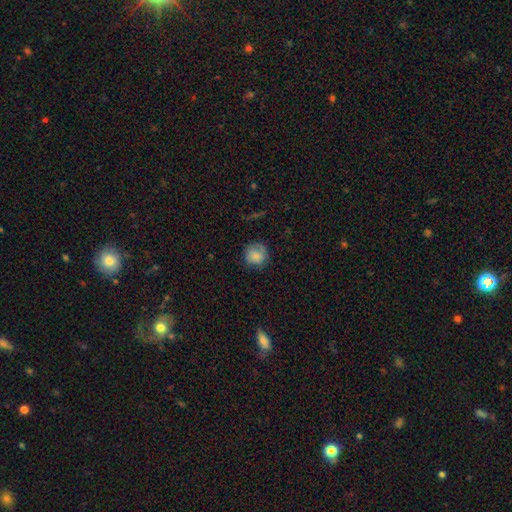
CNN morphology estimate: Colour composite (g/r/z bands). It shows a smooth galaxy with no disk features (82%) that is round (90%). Merging: none (76%).